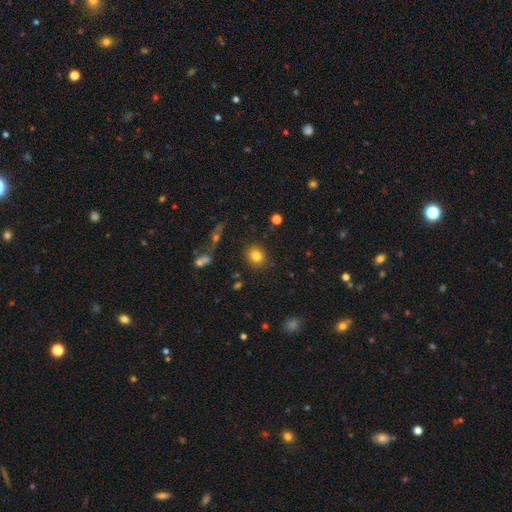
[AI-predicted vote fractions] smooth-or-featured: smooth: 81% | star or artifact: 12% | featured or disk: 7%
  how-rounded: round: 78% | in between: 21% | cigar-shaped: 1%
  merging: none: 87% | minor disturbance: 8% | major disturbance: 3% | merger: 2%